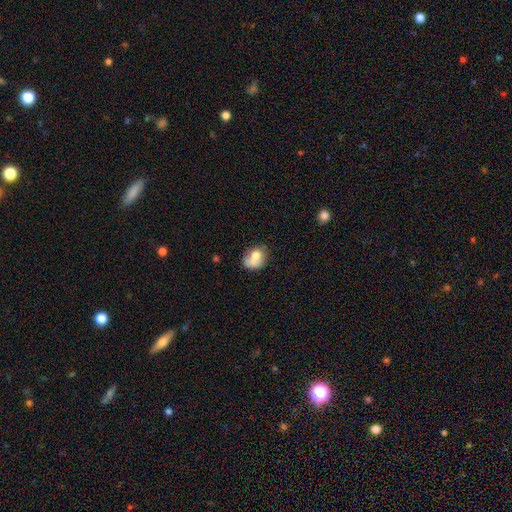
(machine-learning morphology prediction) Smooth or featured? Predicted: smooth (p=0.69). How rounded? Predicted: in between (p=0.54). Merging? Predicted: merger (p=0.34, tied with none).